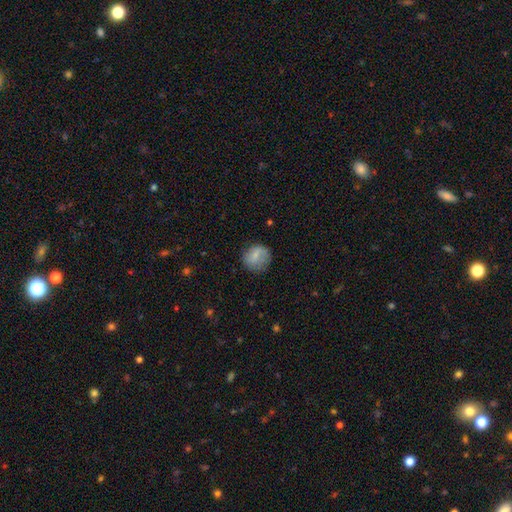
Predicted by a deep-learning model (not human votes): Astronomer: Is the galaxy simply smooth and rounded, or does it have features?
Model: smooth — 73%.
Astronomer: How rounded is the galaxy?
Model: round — 80%.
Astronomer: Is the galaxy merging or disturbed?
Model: none — 72%.